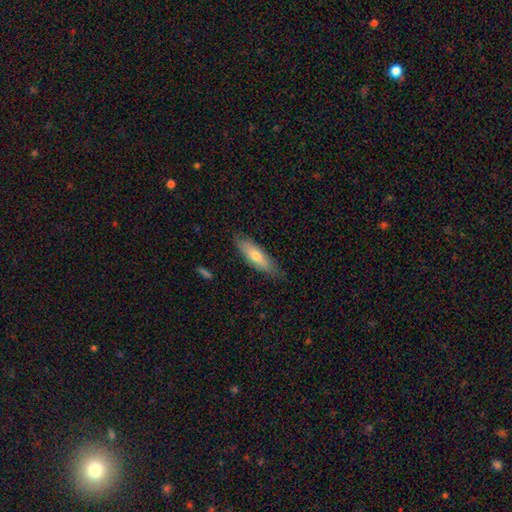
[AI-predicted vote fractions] Smooth or featured? smooth (61%)
How rounded? cigar-shaped (57%)
Merging? none (80%)